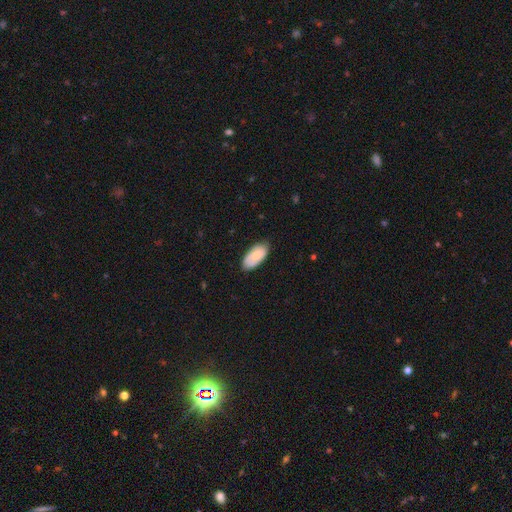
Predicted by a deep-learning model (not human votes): The model was most divided on "merging": none: 74%, minor disturbance: 22%, major disturbance: 4%, merger: 1%. More confident: how rounded — in between (93%); smooth or featured — smooth (75%).